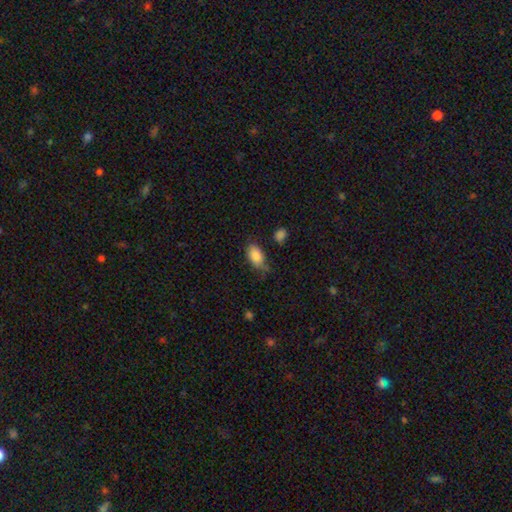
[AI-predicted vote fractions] smooth 86%, star or artifact 7%, featured or disk 6%. Down the decision tree: how rounded — in between (92%); merging — none (63%).